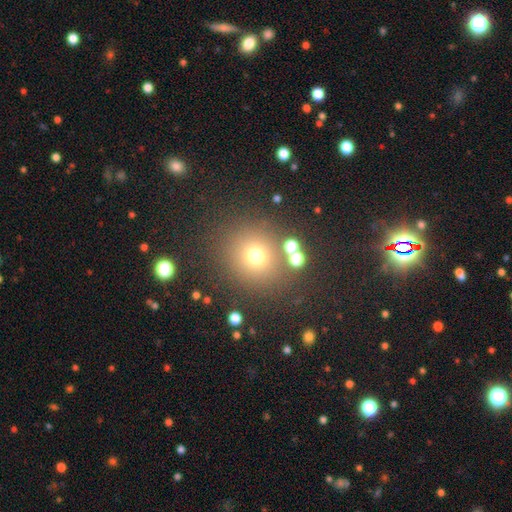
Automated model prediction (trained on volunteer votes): Q: Smooth or featured?
A: smooth (69%); runner-up: star or artifact (21%)
Q: How rounded?
A: round (89%); runner-up: in between (10%)
Q: Merging?
A: none (80%); runner-up: minor disturbance (9%)